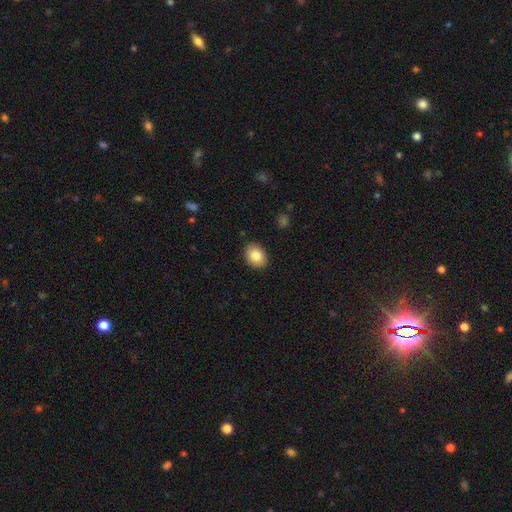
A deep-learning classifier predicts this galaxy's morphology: This is clearly a smooth galaxy (83%). How rounded: likely in between (68%). Merging: clearly none (88%).